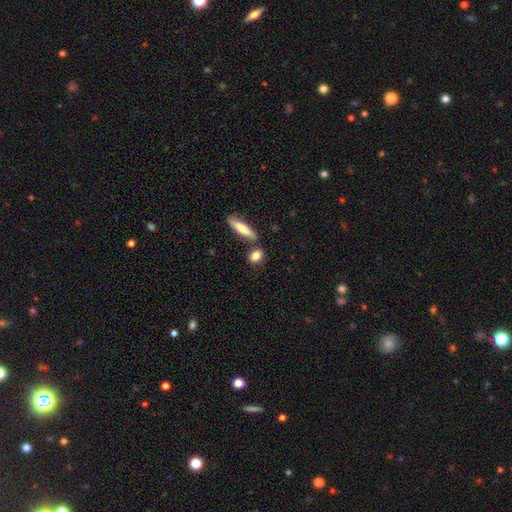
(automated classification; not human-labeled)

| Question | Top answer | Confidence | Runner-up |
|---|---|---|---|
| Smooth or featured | smooth | 84% | featured or disk (9%) |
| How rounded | in between | 53% | round (32%) |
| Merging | none | 67% | merger (16%) |